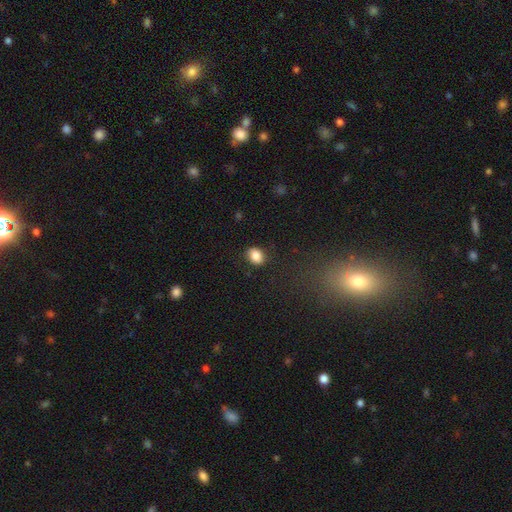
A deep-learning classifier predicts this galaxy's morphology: A smooth galaxy with no disk features (86%) that is in between round and cigar-shaped (68%). Merging: none (84%).